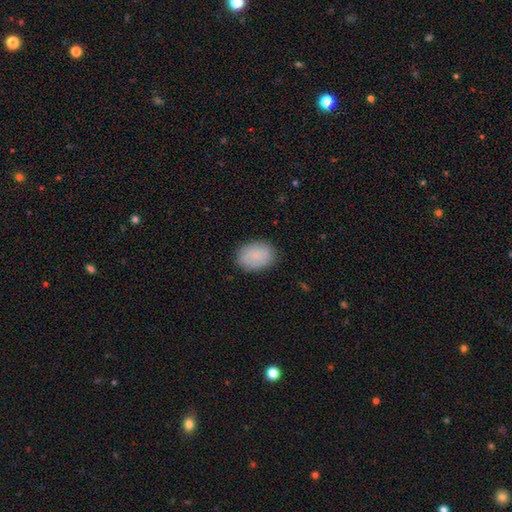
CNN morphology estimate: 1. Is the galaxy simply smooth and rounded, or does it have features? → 85% smooth, 8% featured or disk, 7% star or artifact.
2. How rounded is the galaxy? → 78% in between, 21% round, 1% cigar-shaped.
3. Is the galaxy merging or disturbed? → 85% none, 11% minor disturbance, 3% major disturbance, 1% merger.